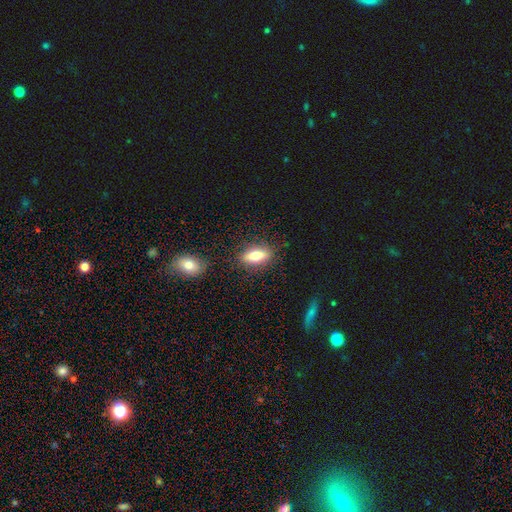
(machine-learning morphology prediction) A smooth galaxy with no disk features (71%) that is in between round and cigar-shaped (75%). Merging: none (83%).